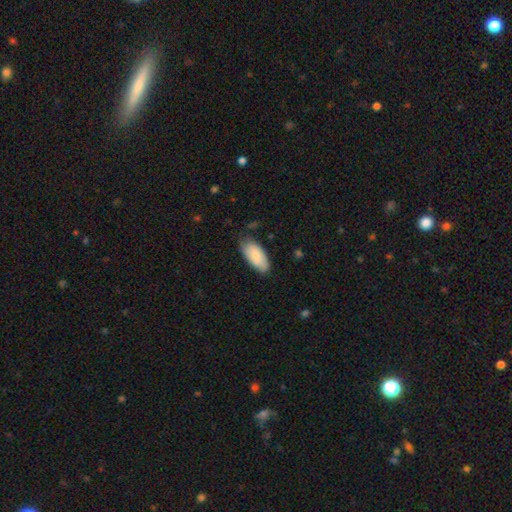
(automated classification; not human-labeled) A smooth galaxy with no disk features (79%) that is in between round and cigar-shaped (91%). Merging: none (70%).